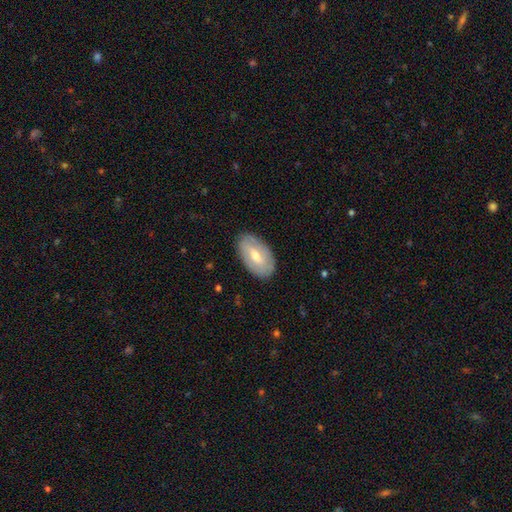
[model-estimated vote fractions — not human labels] Morphology: type=smooth (48%); merging=none (85%).